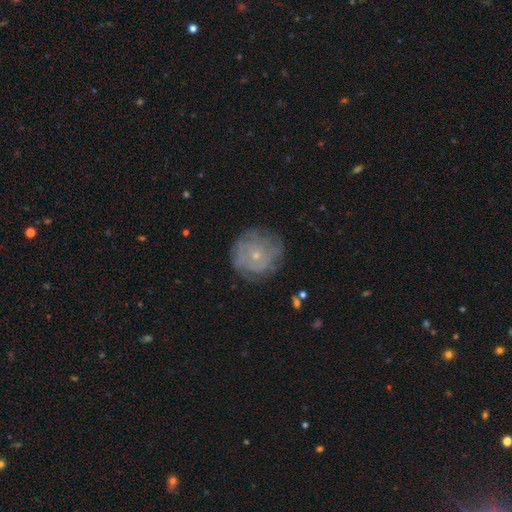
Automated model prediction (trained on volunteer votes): Smooth or featured? featured or disk (62%)
Edge-on disk? no (97%)
Bar? no (86%)
Spiral arms? yes (72%)
Bulge size? small (80%)
Merging? none (75%)